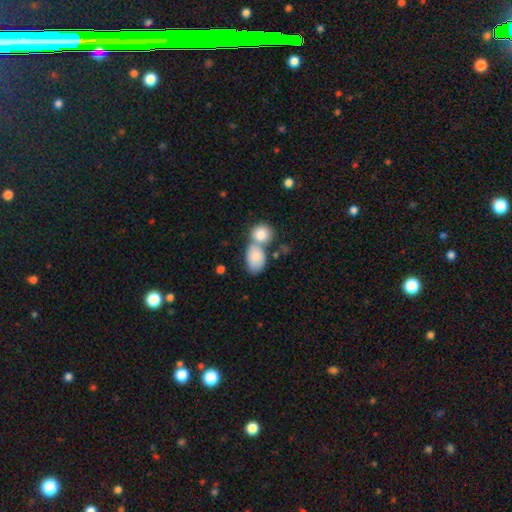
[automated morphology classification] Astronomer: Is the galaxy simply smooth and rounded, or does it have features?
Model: smooth — 83%.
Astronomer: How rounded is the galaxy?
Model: in between — 85%.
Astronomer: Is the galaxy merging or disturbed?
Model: merger — 56%.